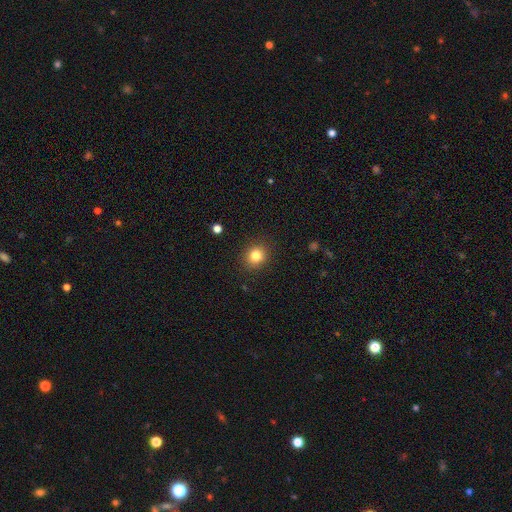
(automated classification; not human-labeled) smooth 82%, star or artifact 12%, featured or disk 6%. Down the decision tree: how rounded — round (83%); merging — none (90%).